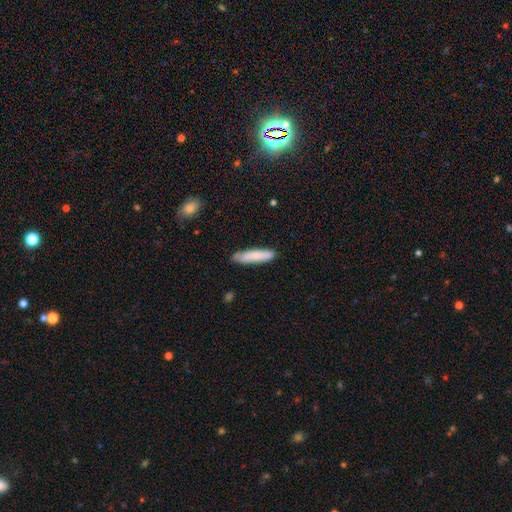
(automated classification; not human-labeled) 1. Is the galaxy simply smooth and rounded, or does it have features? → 77% smooth, 17% featured or disk, 6% star or artifact.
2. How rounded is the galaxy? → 81% cigar-shaped, 17% in between, 1% round.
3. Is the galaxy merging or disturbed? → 82% none, 14% minor disturbance, 2% major disturbance, 2% merger.